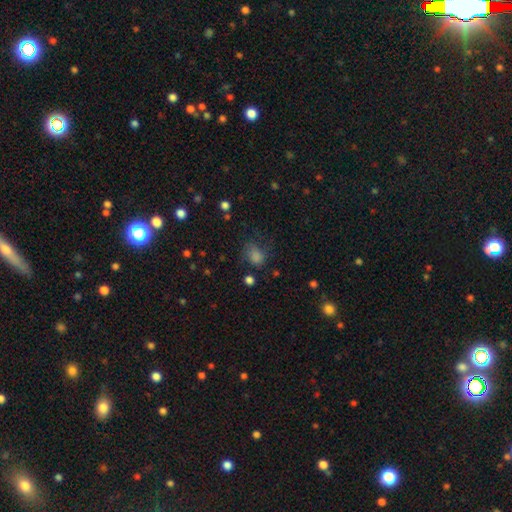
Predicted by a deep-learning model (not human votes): This is likely a smooth galaxy (68%). How rounded: possibly in between (52%). Merging: possibly none (57%).